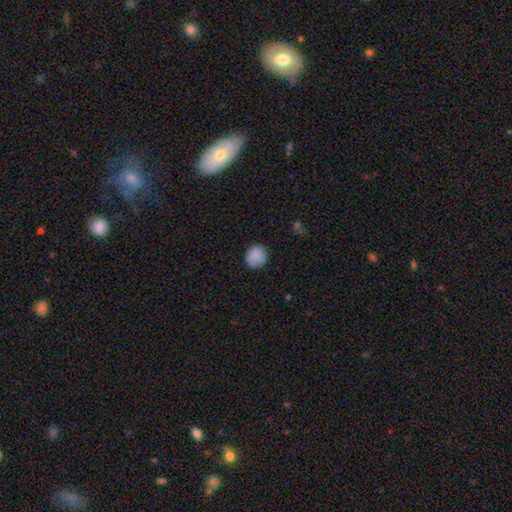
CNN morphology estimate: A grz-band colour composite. It shows a smooth galaxy with no disk features (89%) that is round (88%). Merging: none (88%).